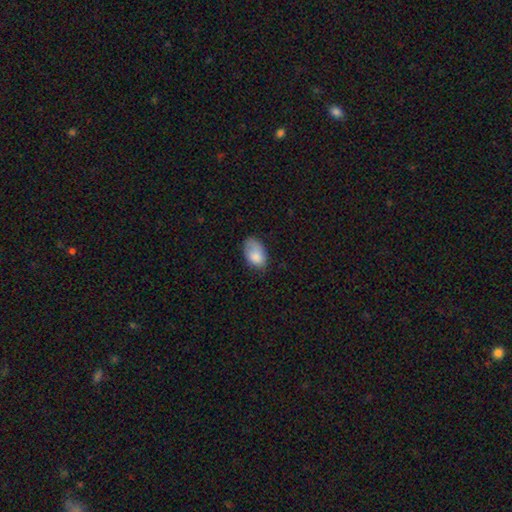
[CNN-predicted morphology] Smooth or featured: smooth — 83% (featured or disk — 9%)
How rounded: in between — 92% (round — 7%)
Merging: none — 54% (minor disturbance — 34%)